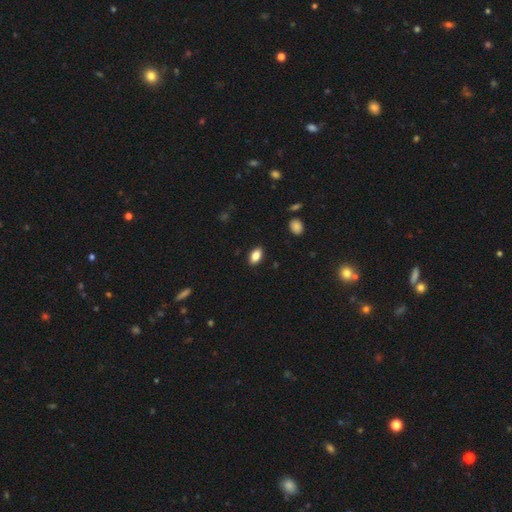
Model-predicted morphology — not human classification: This is clearly a smooth galaxy (85%). How rounded: clearly in between (90%). Merging: clearly none (88%).